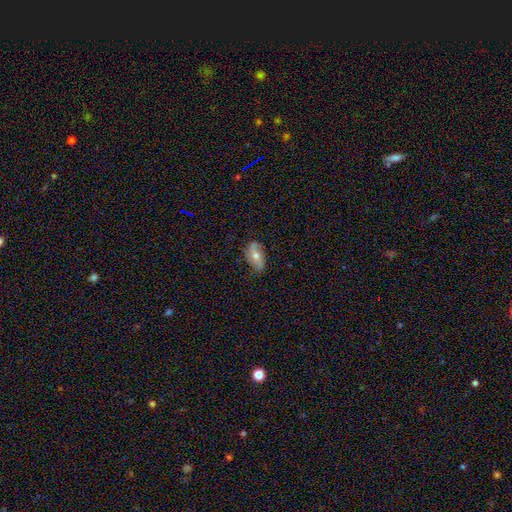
Smooth or featured? featured or disk (57%)
Edge-on disk? no (90%)
Bar? no (63%)
Spiral arms? no (53%)
Bulge size? moderate (74%)
Merging? none (83%)